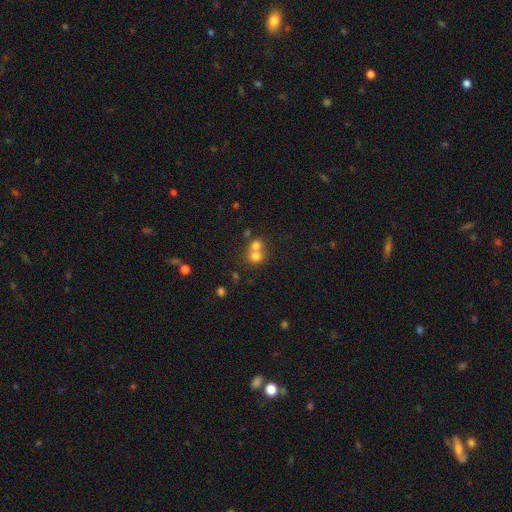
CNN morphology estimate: smooth 72%, featured or disk 14%, star or artifact 13%. Down the decision tree: how rounded — round (82%); merging — merger (60%).